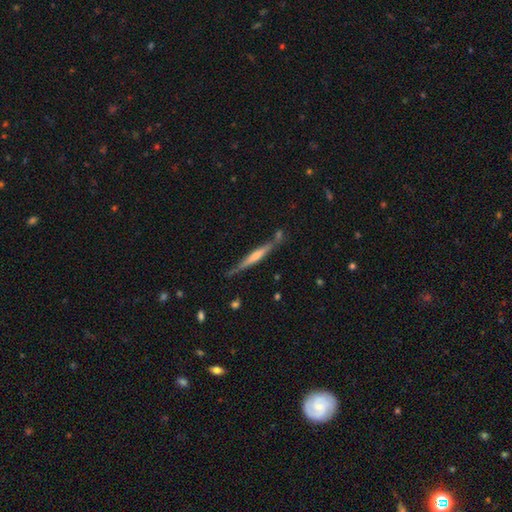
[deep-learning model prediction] This appears to be a featured or disk galaxy (61%) viewed edge-on (95%) with a rounded central bulge (49%). Merging: none (73%).